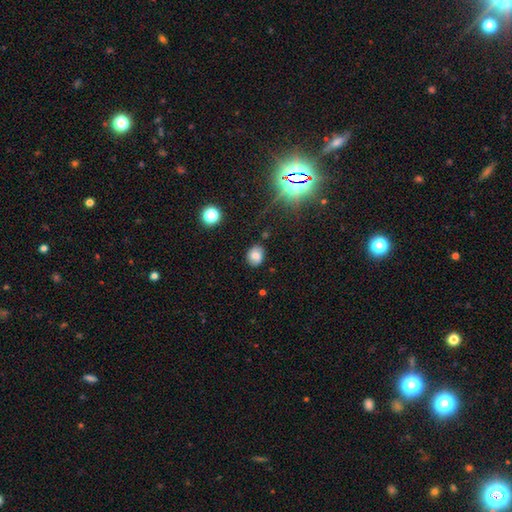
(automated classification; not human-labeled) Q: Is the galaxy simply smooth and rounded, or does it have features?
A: smooth — 76%.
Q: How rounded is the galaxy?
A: in between — 50%.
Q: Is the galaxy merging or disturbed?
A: none — 83%.